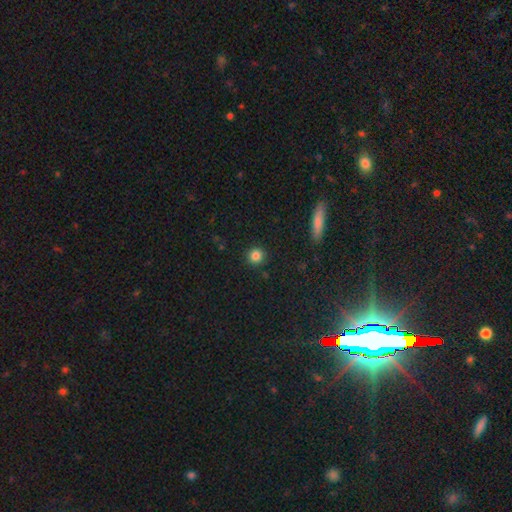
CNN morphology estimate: Overall: smooth (84%). How rounded: round (93%). Merging: none (91%).